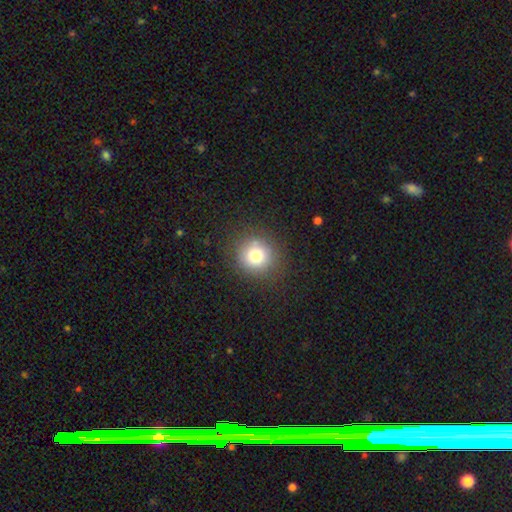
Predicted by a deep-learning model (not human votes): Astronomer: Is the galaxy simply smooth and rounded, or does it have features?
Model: smooth — 77%.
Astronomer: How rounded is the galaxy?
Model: round — 91%.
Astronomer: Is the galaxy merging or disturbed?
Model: none — 85%.